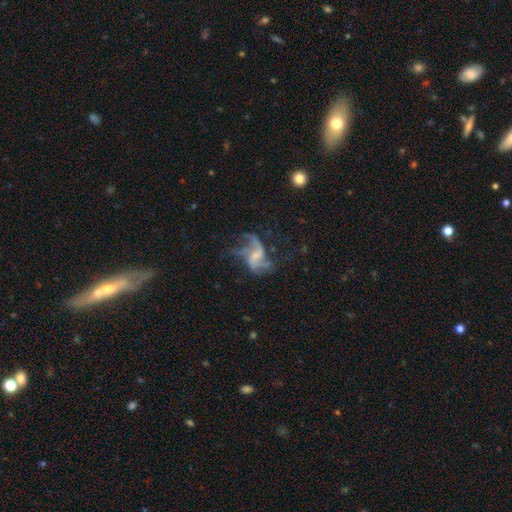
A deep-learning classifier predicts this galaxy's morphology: Q: Smooth or featured?
A: featured or disk (80%); runner-up: smooth (11%)
Q: Edge-on disk?
A: no (98%); runner-up: yes (2%)
Q: Bar?
A: weak (48%); runner-up: no (35%)
Q: Spiral arms?
A: yes (88%); runner-up: no (12%)
Q: Spiral winding?
A: loose (72%); runner-up: medium (23%)
Q: Spiral arm count?
A: 2 (45%); runner-up: 3 (22%)
Q: Bulge size?
A: small (39%); runner-up: none (31%)
Q: Merging?
A: none (42%); runner-up: major disturbance (37%)